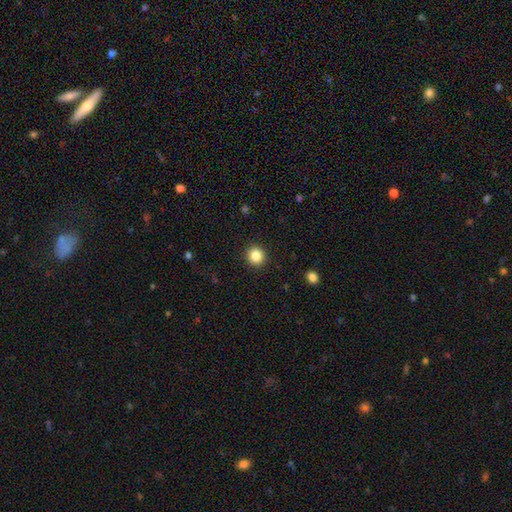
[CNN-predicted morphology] type=smooth (85%); roundness=round (92%); merging=none (92%).